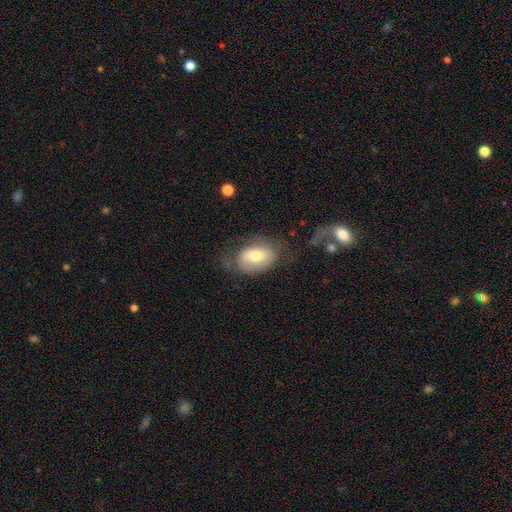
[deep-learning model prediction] Q: Smooth or featured?
A: smooth (59%); runner-up: featured or disk (33%)
Q: How rounded?
A: in between (81%); runner-up: round (18%)
Q: Merging?
A: none (55%); runner-up: minor disturbance (25%)